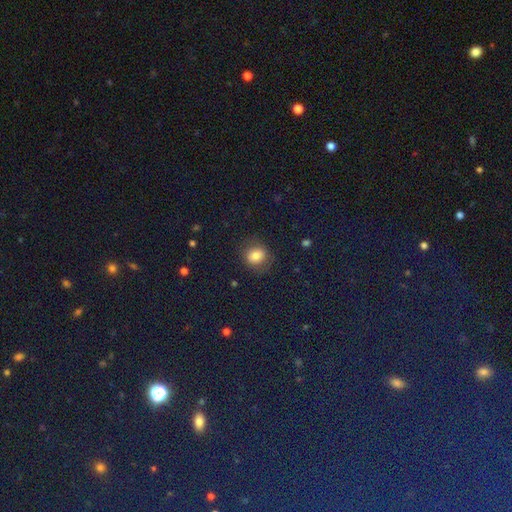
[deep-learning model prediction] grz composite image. It shows a smooth galaxy with no disk features (77%) that is round (70%). Merging: none (81%).